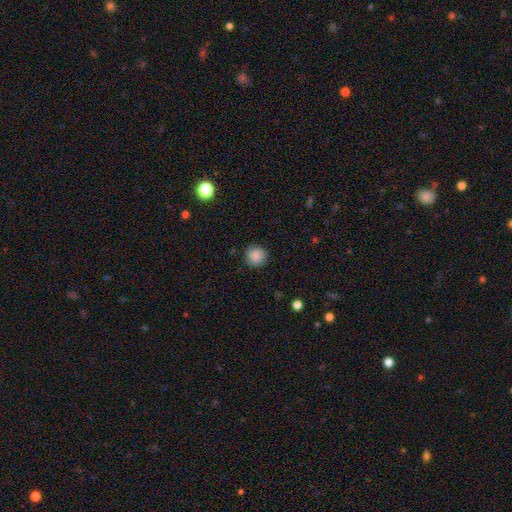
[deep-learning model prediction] smooth 84%, star or artifact 9%, featured or disk 7%. Down the decision tree: how rounded — round (93%); merging — none (84%).